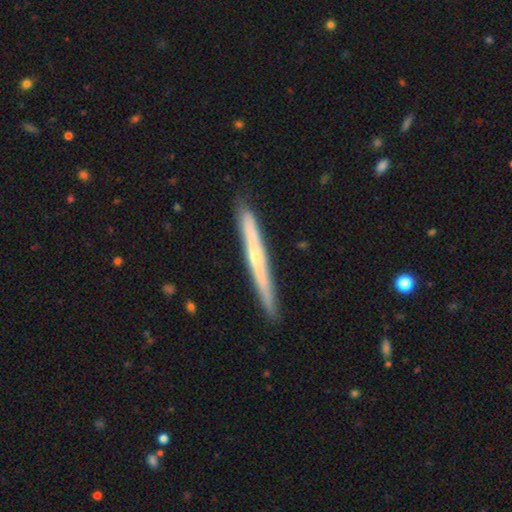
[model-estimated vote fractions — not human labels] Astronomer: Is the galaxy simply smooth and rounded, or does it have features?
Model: featured or disk — 63%.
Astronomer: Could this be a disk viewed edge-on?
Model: yes — 97%.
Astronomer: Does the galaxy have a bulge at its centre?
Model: rounded — 56% (runner-up: none, 40%).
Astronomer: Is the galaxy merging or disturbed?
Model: none — 90%.